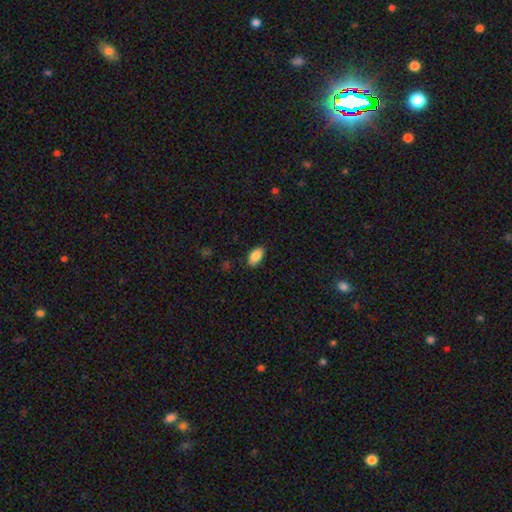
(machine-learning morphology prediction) The model was most divided on "merging": none: 86%, minor disturbance: 11%, major disturbance: 2%, merger: 1%. More confident: how rounded — in between (93%); smooth or featured — smooth (87%).